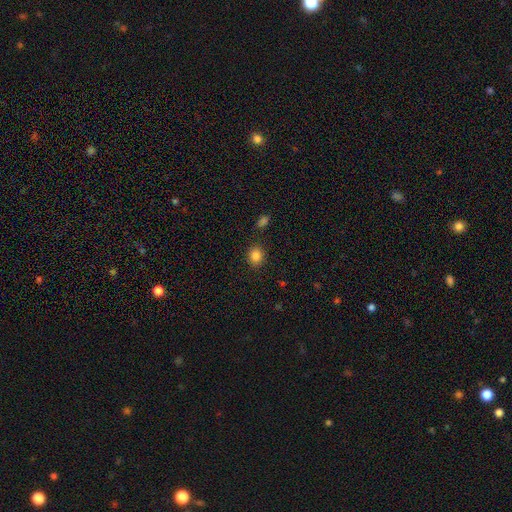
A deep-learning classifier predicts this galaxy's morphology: A smooth galaxy with no disk features (84%) that is round (65%). Merging: none (87%).